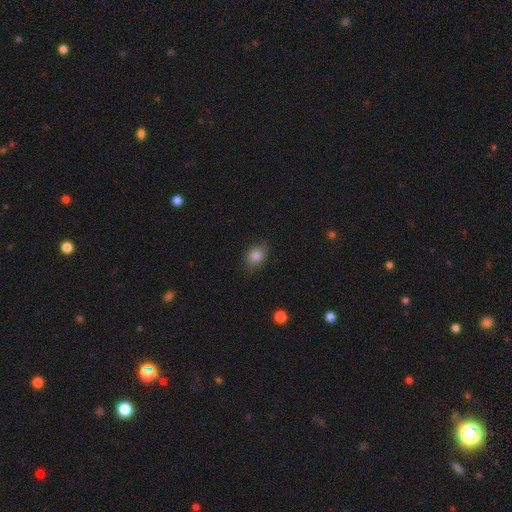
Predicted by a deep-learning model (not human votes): smooth 82%, star or artifact 10%, featured or disk 9%. Down the decision tree: how rounded — in between (57%); merging — none (78%).